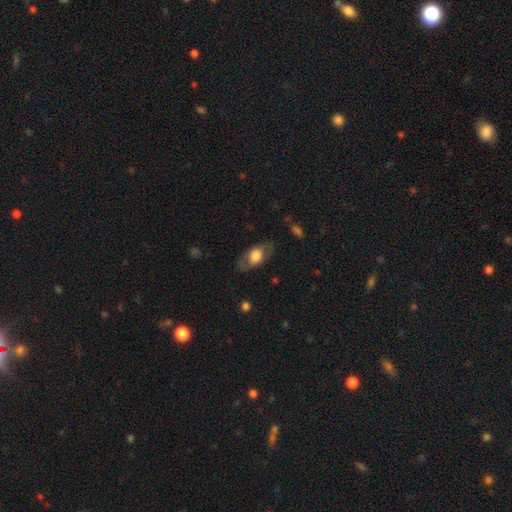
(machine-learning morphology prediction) This is likely a smooth galaxy (60%). How rounded: clearly in between (89%). Merging: likely none (75%).